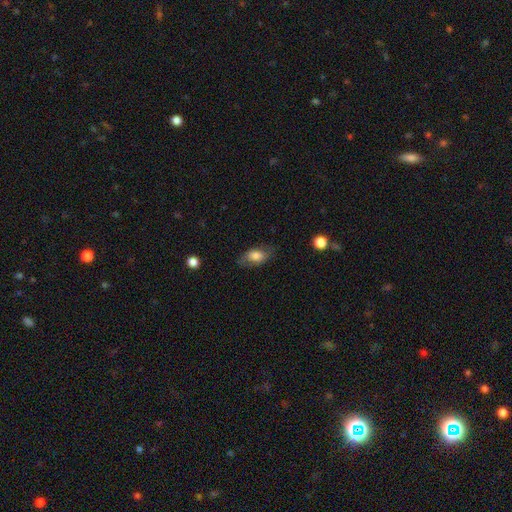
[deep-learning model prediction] smooth-or-featured: smooth: 70% | featured or disk: 22% | star or artifact: 8%
  how-rounded: in between: 88% | round: 8% | cigar-shaped: 4%
  merging: none: 72% | minor disturbance: 19% | major disturbance: 8% | merger: 1%